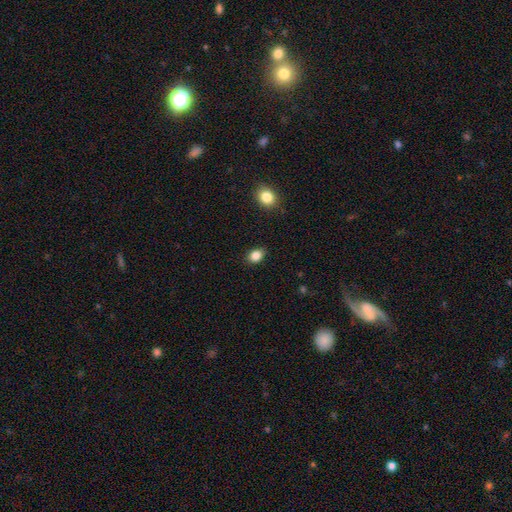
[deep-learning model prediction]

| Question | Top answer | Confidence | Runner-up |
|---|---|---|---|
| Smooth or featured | smooth | 85% | star or artifact (10%) |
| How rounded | in between | 68% | round (31%) |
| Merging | none | 87% | minor disturbance (10%) |